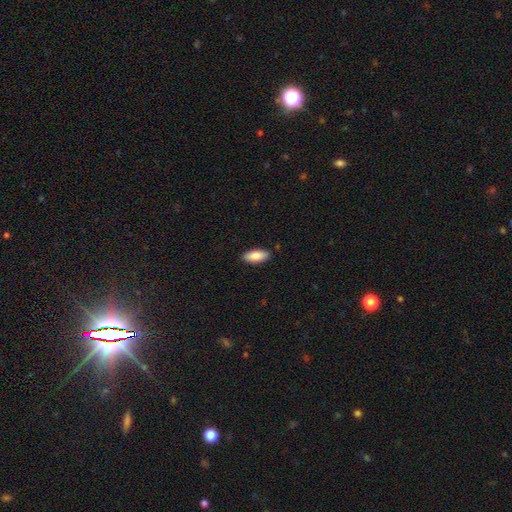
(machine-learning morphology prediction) This is clearly a smooth galaxy (86%). How rounded: clearly in between (84%). Merging: clearly none (89%).